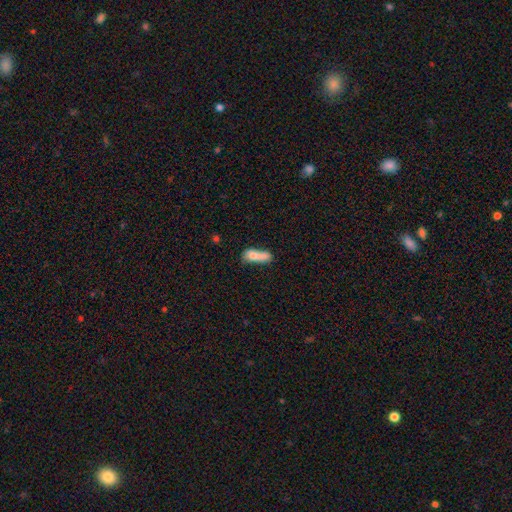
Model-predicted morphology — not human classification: smooth-or-featured: smooth: 72% | featured or disk: 19% | star or artifact: 9%
  how-rounded: in between: 54% | cigar-shaped: 42% | round: 4%
  merging: none: 34% | merger: 32% | minor disturbance: 21% | major disturbance: 13%